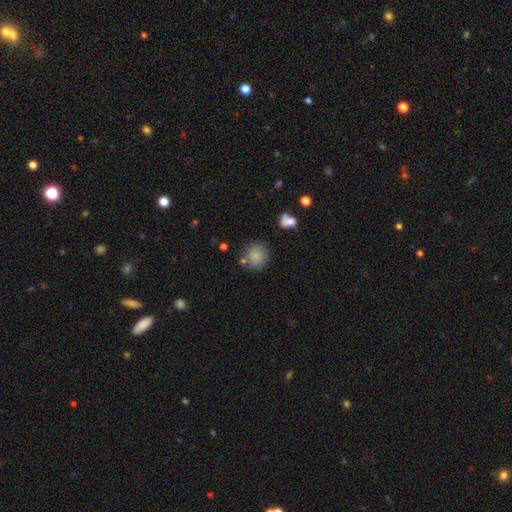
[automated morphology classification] Q: Smooth or featured?
A: smooth (82%); runner-up: star or artifact (10%)
Q: How rounded?
A: round (87%); runner-up: in between (12%)
Q: Merging?
A: none (77%); runner-up: minor disturbance (12%)